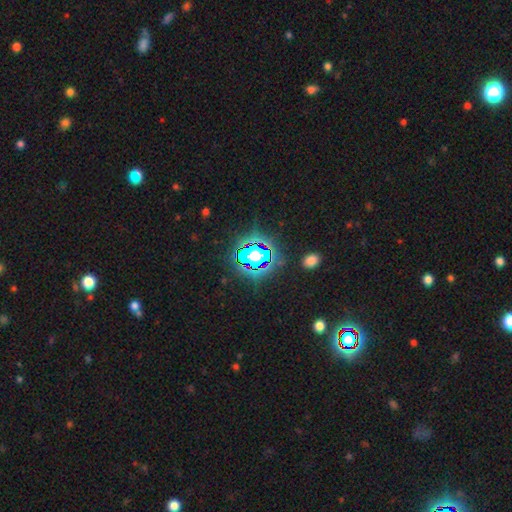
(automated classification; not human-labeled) Smooth or featured? Predicted: star or artifact (p=0.64).